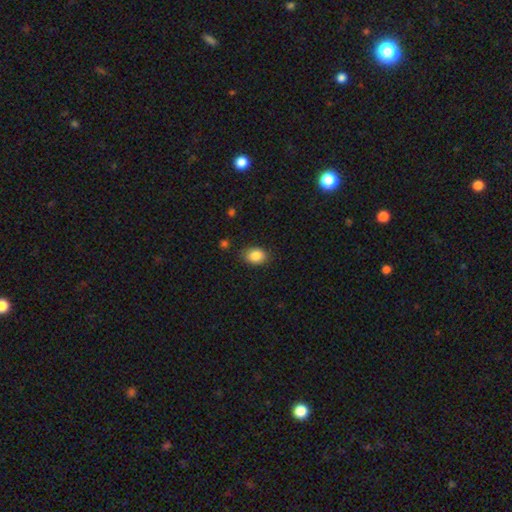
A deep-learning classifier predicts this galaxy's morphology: Smooth or featured? smooth (86%)
How rounded? in between (73%)
Merging? none (83%)